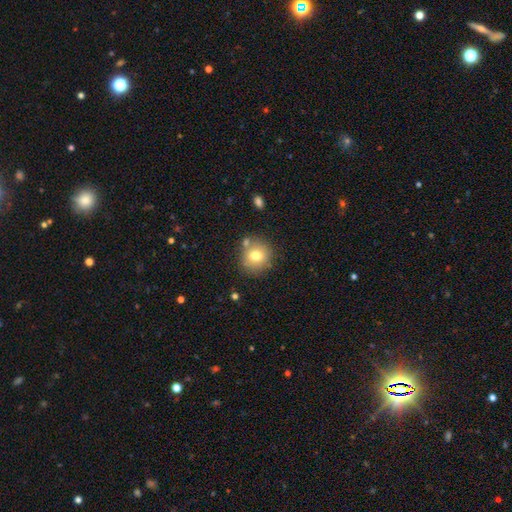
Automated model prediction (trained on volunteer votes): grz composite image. It shows a smooth galaxy with no disk features (74%) that is round (88%). Merging: none (75%).